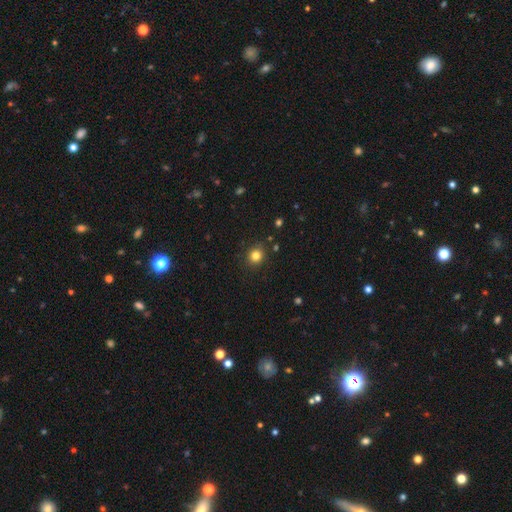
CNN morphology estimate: smooth 82%, star or artifact 13%, featured or disk 5%. Down the decision tree: how rounded — round (85%); merging — none (88%).